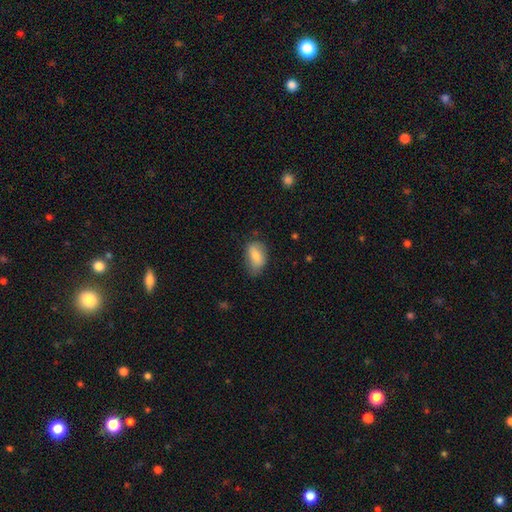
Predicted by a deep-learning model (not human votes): This is likely a smooth galaxy (76%). How rounded: clearly in between (89%). Merging: possibly none (60%).